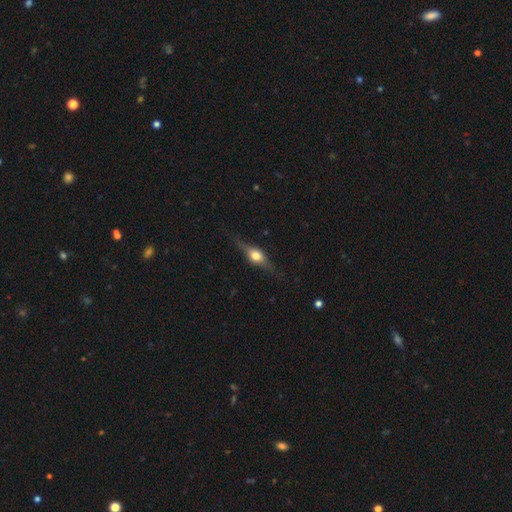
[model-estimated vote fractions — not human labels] The model was most divided on "smooth or featured": featured or disk: 67%, smooth: 26%, star or artifact: 7%. More confident: edge-on bulge — rounded (94%); edge-on disk — yes (94%); merging — none (83%).